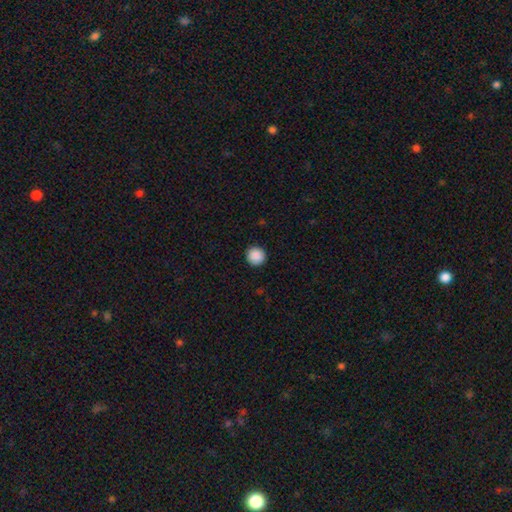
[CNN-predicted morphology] type=smooth (89%); roundness=round (95%); merging=none (92%).